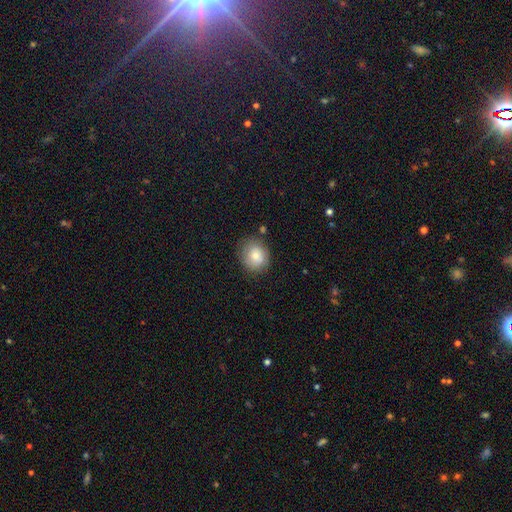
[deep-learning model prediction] Q: Smooth or featured?
A: smooth (75%); runner-up: featured or disk (16%)
Q: How rounded?
A: round (77%); runner-up: in between (22%)
Q: Merging?
A: none (75%); runner-up: minor disturbance (17%)